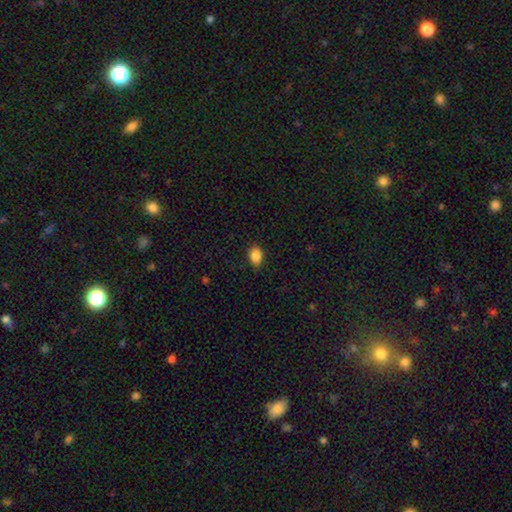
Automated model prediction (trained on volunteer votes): Morphology: type=smooth (88%); roundness=in between (79%); merging=none (86%).